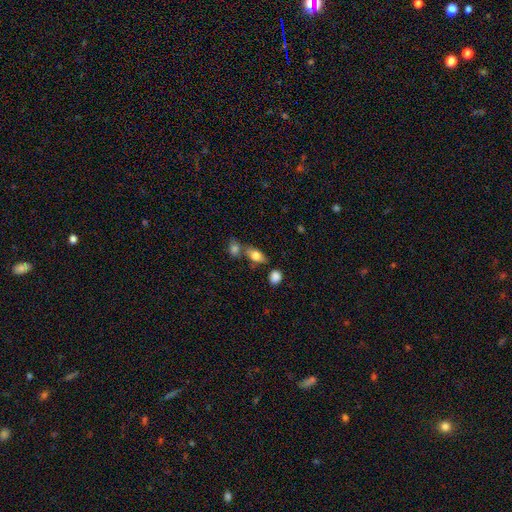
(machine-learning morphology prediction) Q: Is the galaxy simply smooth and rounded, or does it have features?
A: smooth — 75%.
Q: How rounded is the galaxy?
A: in between — 82%.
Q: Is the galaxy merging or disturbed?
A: none — 59%.